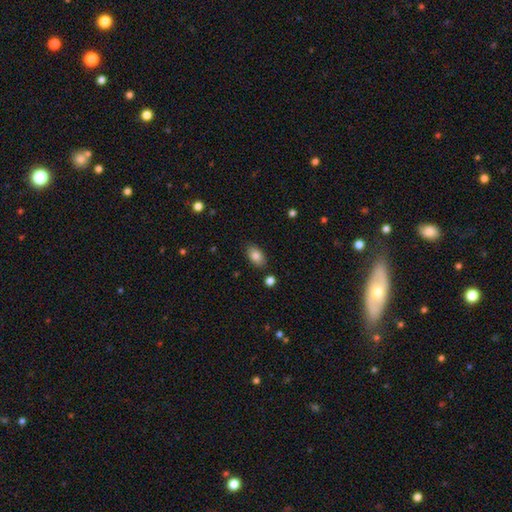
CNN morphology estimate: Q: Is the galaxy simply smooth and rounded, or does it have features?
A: smooth — 84%.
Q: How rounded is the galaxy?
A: in between — 92%.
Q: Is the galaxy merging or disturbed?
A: none — 85%.